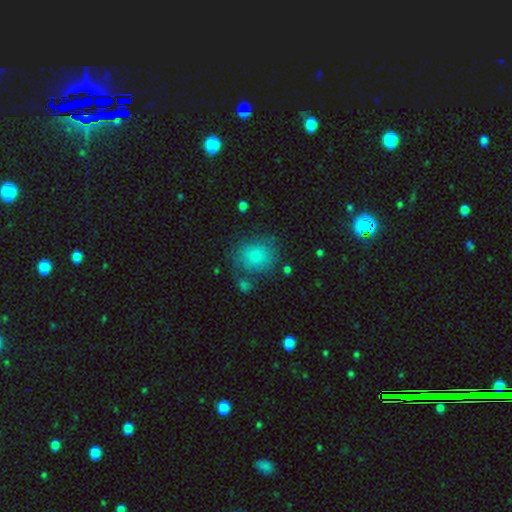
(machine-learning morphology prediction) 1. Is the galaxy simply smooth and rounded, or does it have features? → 79% smooth, 12% featured or disk, 8% star or artifact.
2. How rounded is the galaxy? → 74% round, 25% in between, 1% cigar-shaped.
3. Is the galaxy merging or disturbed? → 60% none, 21% minor disturbance, 11% major disturbance, 8% merger.